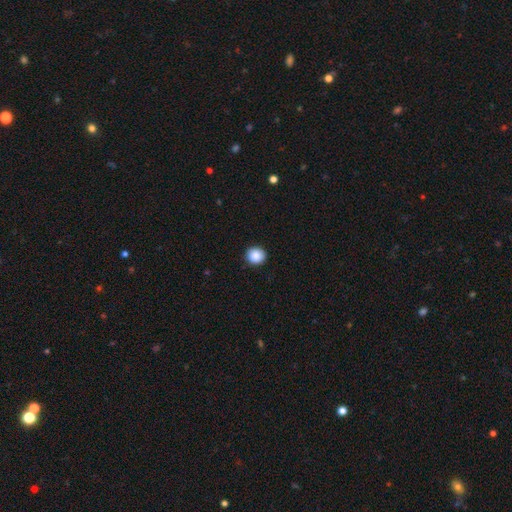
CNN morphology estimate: smooth 88%, star or artifact 9%, featured or disk 3%. Down the decision tree: how rounded — round (90%); merging — none (91%).